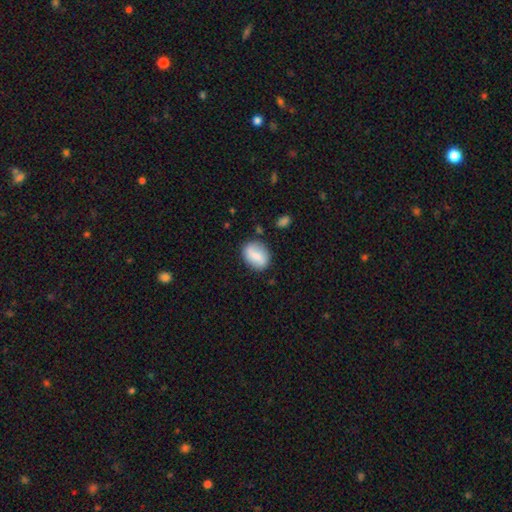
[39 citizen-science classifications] smooth-or-featured: smooth: 56% | featured or disk: 33% | star or artifact: 10%
  how-rounded: in between: 73% | round: 27% | cigar-shaped: 0%
  merging: none: 80% | minor disturbance: 14% | major disturbance: 3% | merger: 3%